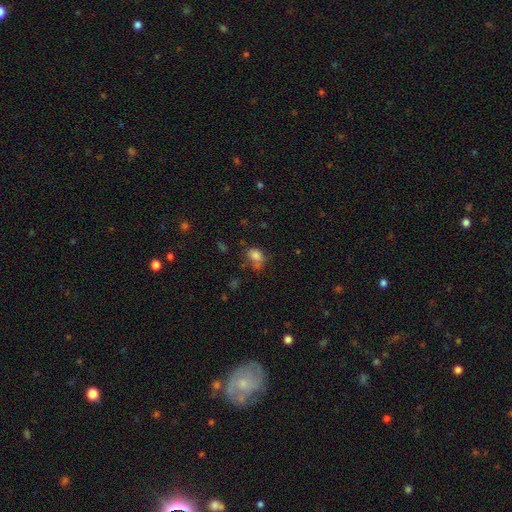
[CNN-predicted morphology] smooth 80%, star or artifact 12%, featured or disk 8%. Down the decision tree: how rounded — in between (60%); merging — none (53%).